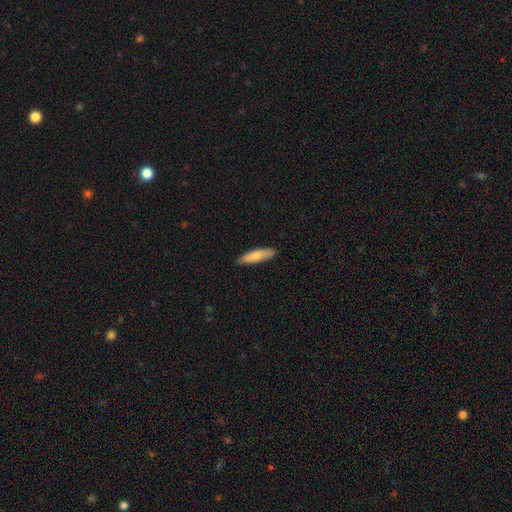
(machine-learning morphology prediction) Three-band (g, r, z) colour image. It shows a smooth galaxy with no disk features (80%) that is cigar-shaped (66%). Merging: none (87%).